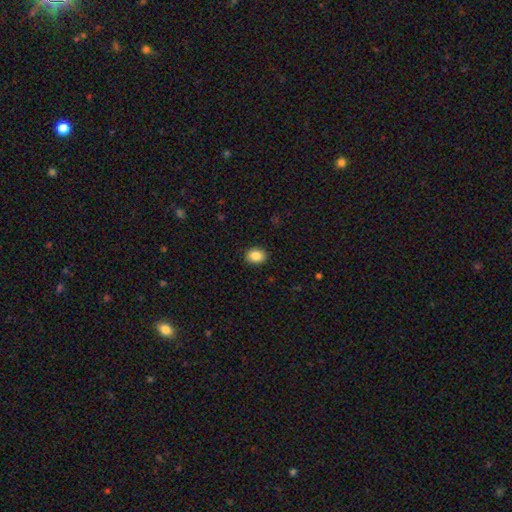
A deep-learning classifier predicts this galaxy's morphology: This appears to be a smooth galaxy with no disk features (87%) that is in between round and cigar-shaped (57%). Merging: none (90%).